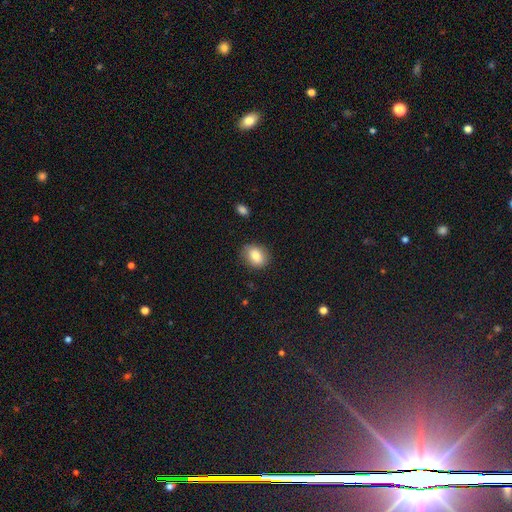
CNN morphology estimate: Smooth or featured? Predicted: smooth (p=0.82). How rounded? Predicted: in between (p=0.63). Merging? Predicted: none (p=0.82).